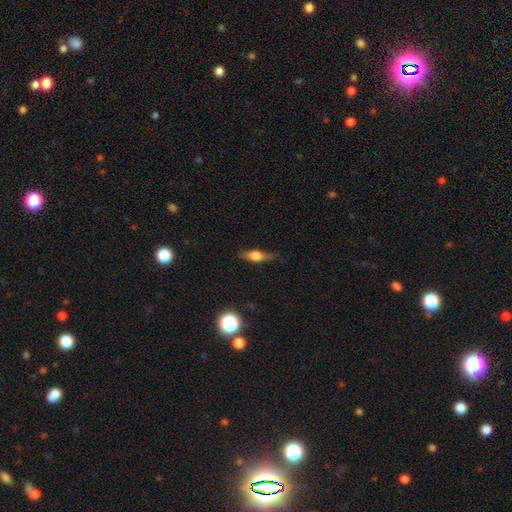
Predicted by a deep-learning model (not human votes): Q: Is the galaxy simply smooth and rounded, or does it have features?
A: smooth — 48%.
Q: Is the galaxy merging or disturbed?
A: none — 78%.